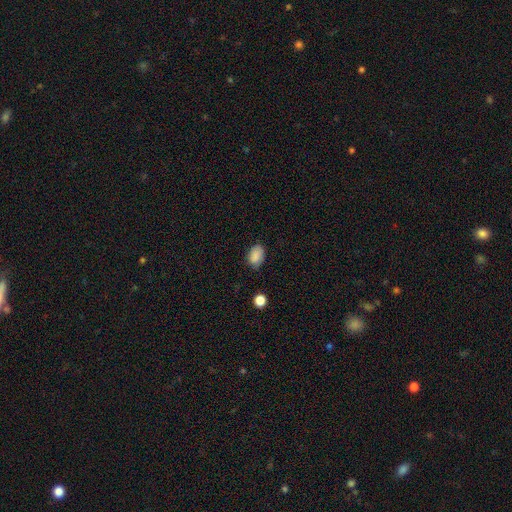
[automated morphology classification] smooth_or_featured: smooth (p=0.87) [alt: star or artifact p=0.09]
how_rounded: in between (p=0.84) [alt: round p=0.15]
merging: none (p=0.72) [alt: minor disturbance p=0.22]